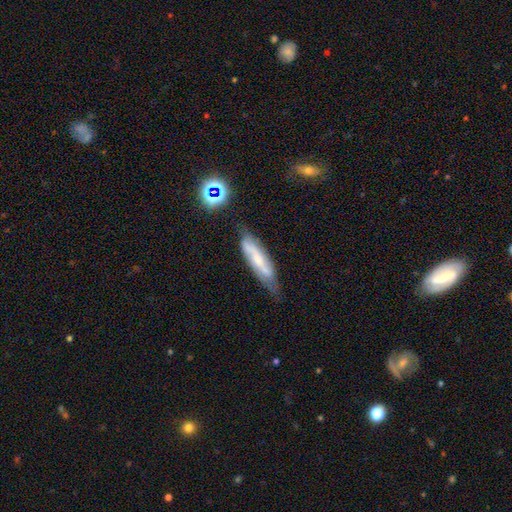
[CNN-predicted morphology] Smooth or featured? featured or disk (59%)
Edge-on disk? no (64%)
Merging? none (66%)